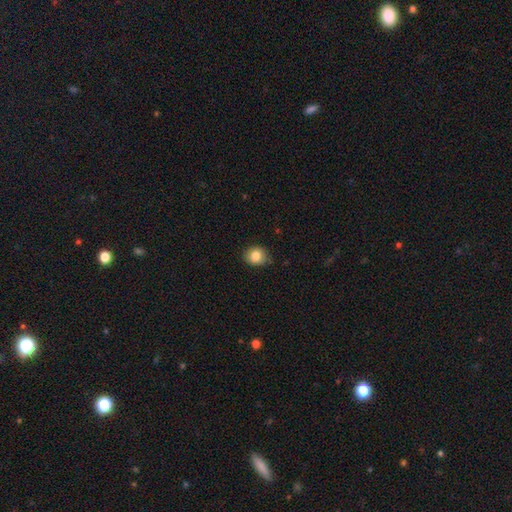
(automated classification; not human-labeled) This appears to be a smooth galaxy with no disk features (84%) that is round (70%). Merging: none (77%).